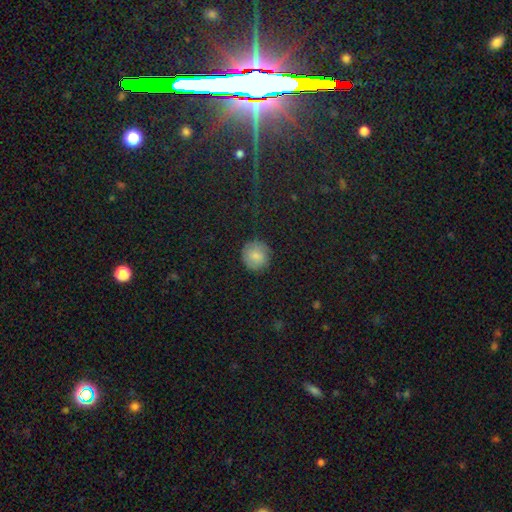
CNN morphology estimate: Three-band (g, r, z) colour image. It shows a smooth galaxy with no disk features (78%) that is round (93%). Merging: none (85%).